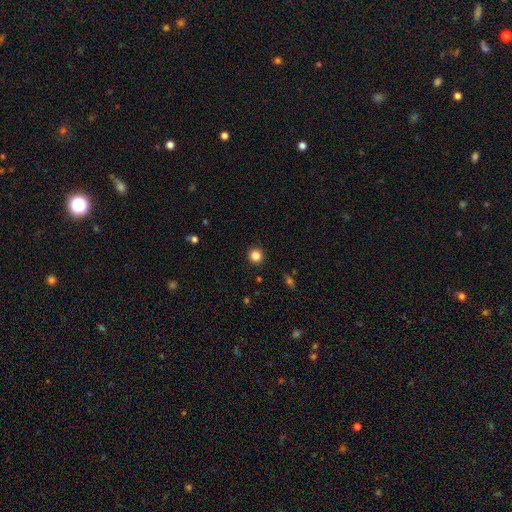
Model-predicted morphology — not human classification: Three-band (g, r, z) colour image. It shows a smooth galaxy with no disk features (84%) that is round (95%). Merging: none (93%).